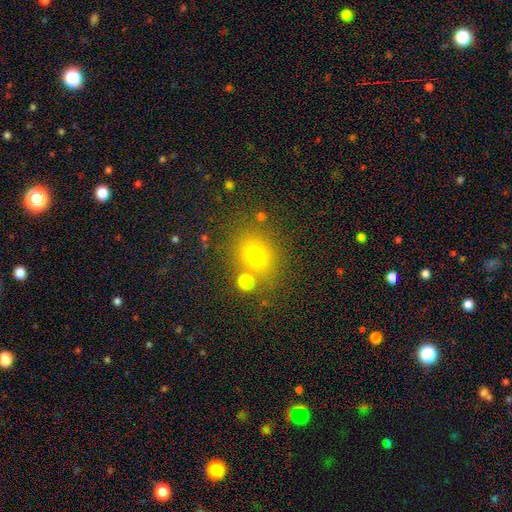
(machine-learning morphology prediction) A smooth galaxy with no disk features (72%) that is round (62%).

Vote fractions:
- Smooth or featured? smooth: 72% / star or artifact: 18% / featured or disk: 10%
- How rounded? round: 62% / in between: 37% / cigar-shaped: 1%
- Merging? none: 71% / merger: 14% / minor disturbance: 11% / major disturbance: 5%